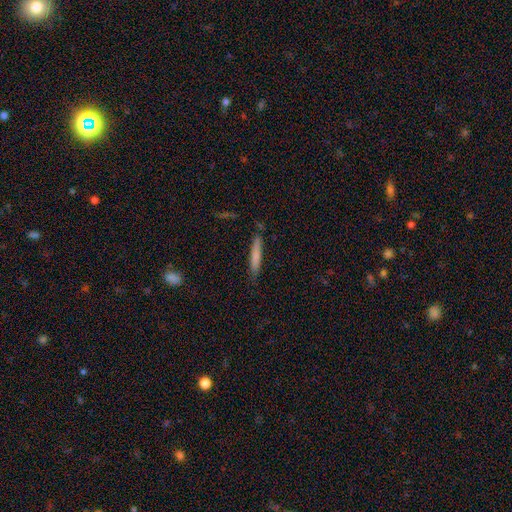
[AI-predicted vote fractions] Smooth or featured: smooth — 73% (featured or disk — 21%)
How rounded: cigar-shaped — 94% (in between — 5%)
Merging: none — 81% (minor disturbance — 14%)